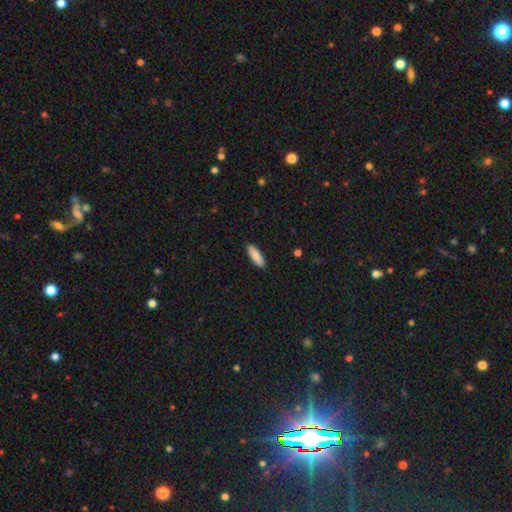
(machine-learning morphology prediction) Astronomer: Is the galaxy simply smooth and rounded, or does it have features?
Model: smooth — 88%.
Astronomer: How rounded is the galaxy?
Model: in between — 59% (runner-up: cigar-shaped, 39%).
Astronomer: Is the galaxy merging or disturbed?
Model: none — 90%.